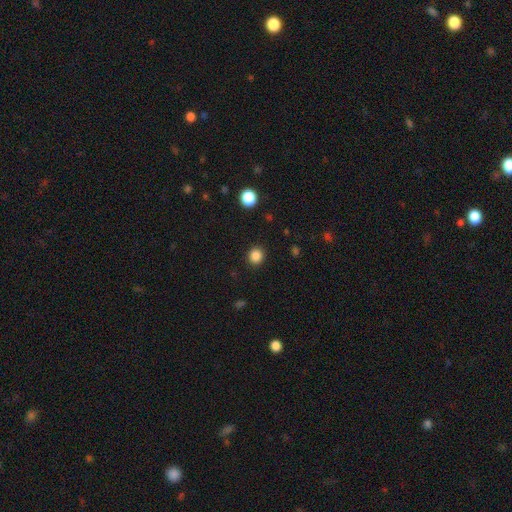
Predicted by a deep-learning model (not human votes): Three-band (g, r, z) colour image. It shows a smooth galaxy with no disk features (85%) that is round (88%). Merging: none (92%).